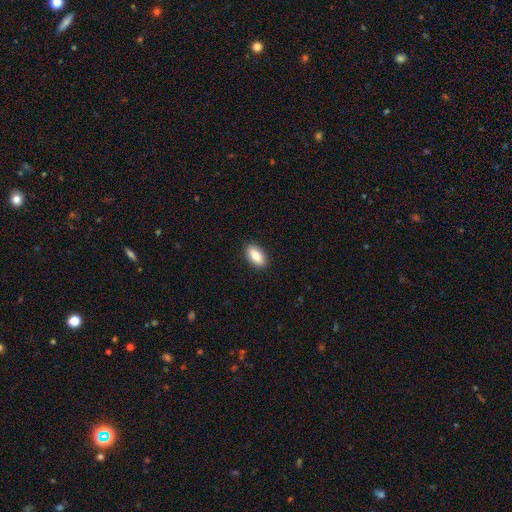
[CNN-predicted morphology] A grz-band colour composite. It shows a smooth galaxy with no disk features (85%) that is in between round and cigar-shaped (90%). Merging: none (90%).